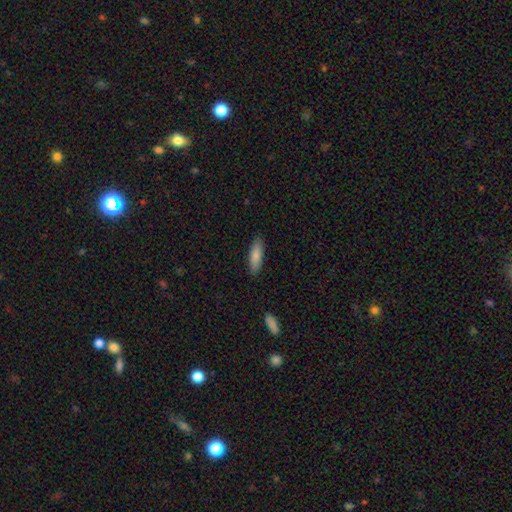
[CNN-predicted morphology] Smooth or featured: smooth — 84% (featured or disk — 10%)
How rounded: cigar-shaped — 50% (in between — 49%)
Merging: none — 88% (minor disturbance — 9%)